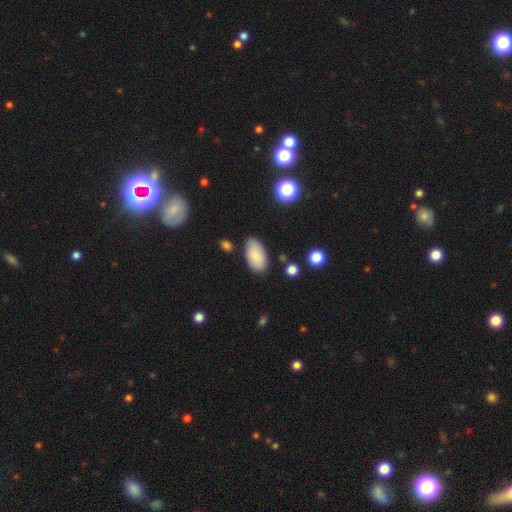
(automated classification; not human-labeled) The model was most divided on "merging": none: 76%, minor disturbance: 17%, major disturbance: 4%, merger: 3%. More confident: how rounded — in between (95%); smooth or featured — smooth (78%).